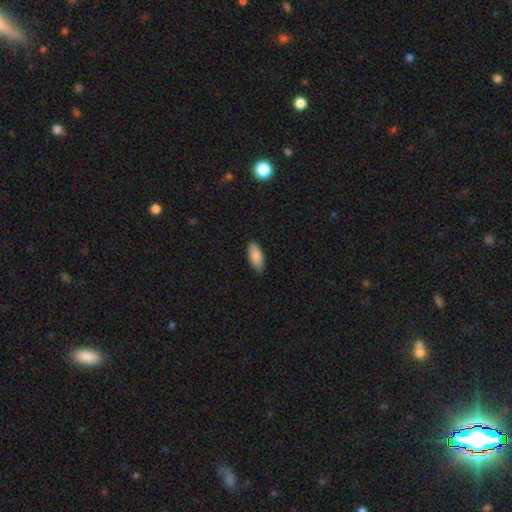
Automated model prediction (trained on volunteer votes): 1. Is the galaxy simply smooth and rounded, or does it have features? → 87% smooth, 6% featured or disk, 6% star or artifact.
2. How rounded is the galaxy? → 88% in between, 10% cigar-shaped, 2% round.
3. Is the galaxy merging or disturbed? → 84% none, 13% minor disturbance, 2% major disturbance, 1% merger.